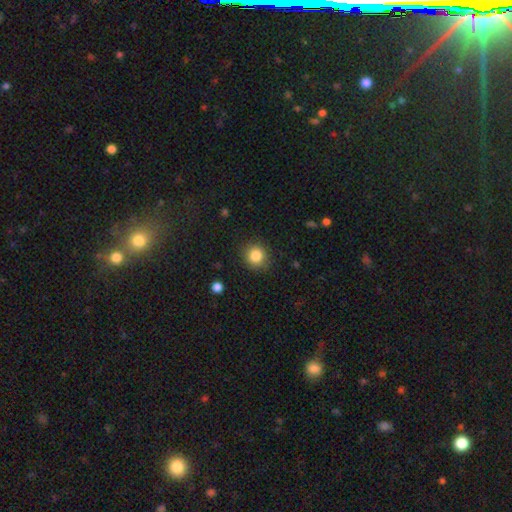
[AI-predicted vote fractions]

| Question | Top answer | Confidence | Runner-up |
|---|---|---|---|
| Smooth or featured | smooth | 84% | star or artifact (10%) |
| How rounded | round | 87% | in between (12%) |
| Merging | none | 88% | minor disturbance (8%) |